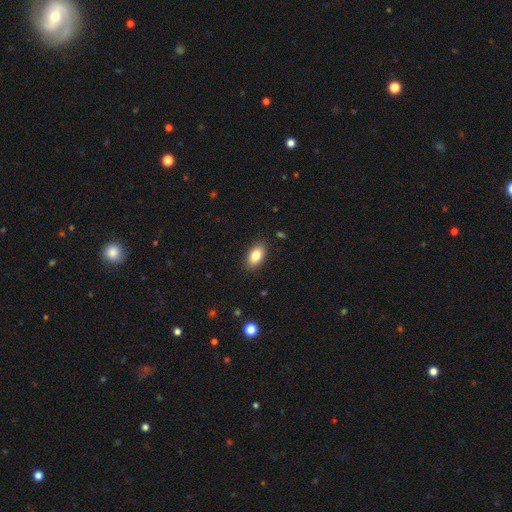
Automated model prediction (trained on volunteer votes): smooth-or-featured: smooth: 83% | featured or disk: 9% | star or artifact: 8%
  how-rounded: in between: 91% | round: 6% | cigar-shaped: 3%
  merging: none: 88% | minor disturbance: 9% | major disturbance: 2% | merger: 1%